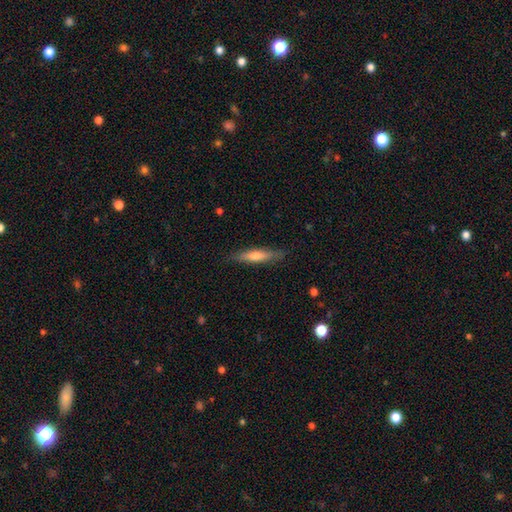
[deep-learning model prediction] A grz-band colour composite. It shows a smooth galaxy with no disk features (57%) that is cigar-shaped (85%). Merging: none (86%).